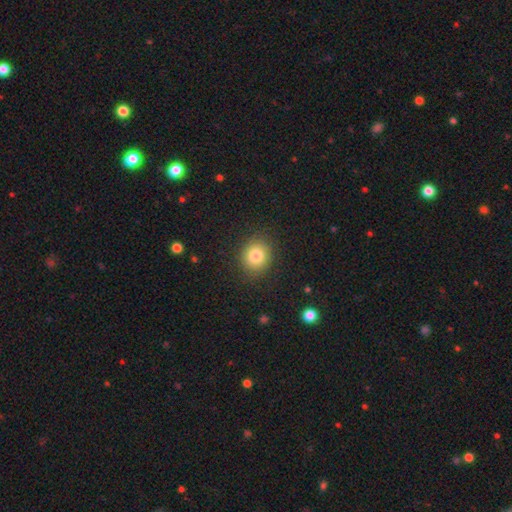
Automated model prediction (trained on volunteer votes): This is clearly a smooth galaxy (82%). How rounded: likely round (78%). Merging: clearly none (88%).